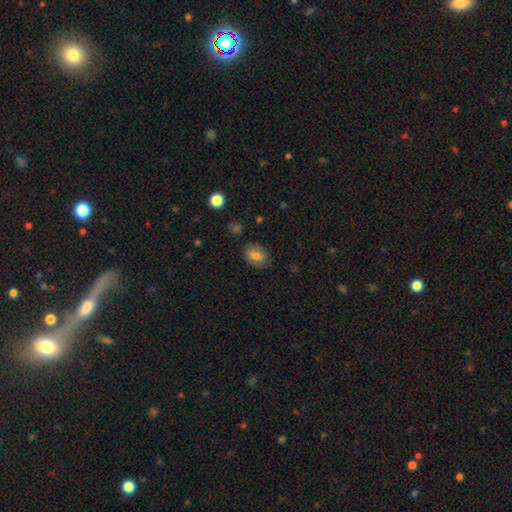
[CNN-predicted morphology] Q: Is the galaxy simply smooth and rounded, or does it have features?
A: smooth — 78%.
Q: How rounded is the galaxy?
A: in between — 74%.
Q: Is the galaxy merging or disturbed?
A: none — 81%.